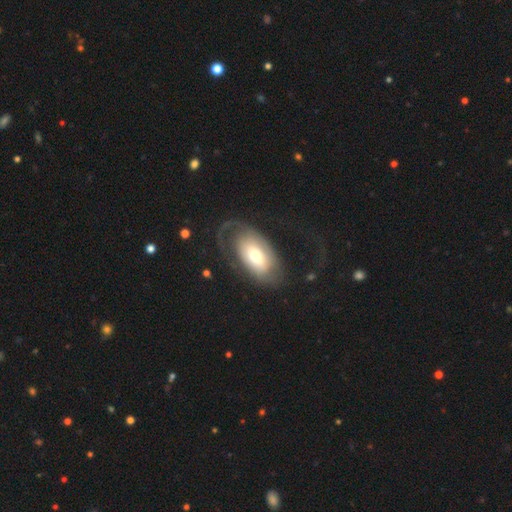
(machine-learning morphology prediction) Q: Smooth or featured?
A: featured or disk (52%); runner-up: smooth (42%)
Q: Edge-on disk?
A: no (91%); runner-up: yes (9%)
Q: Merging?
A: none (45%); runner-up: major disturbance (35%)